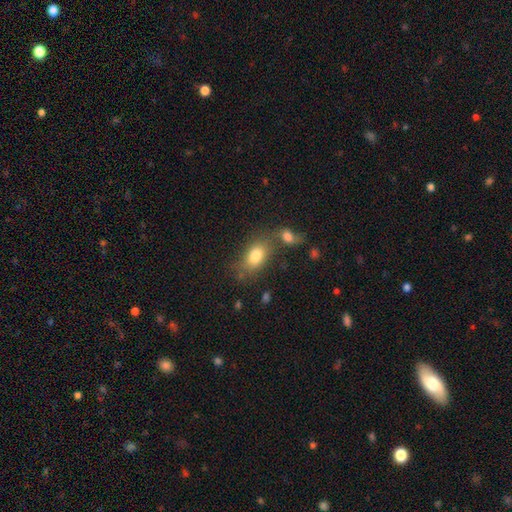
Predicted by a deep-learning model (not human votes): Overall: smooth (79%). How rounded: in between (84%). Merging: none (55%; merger 23%).